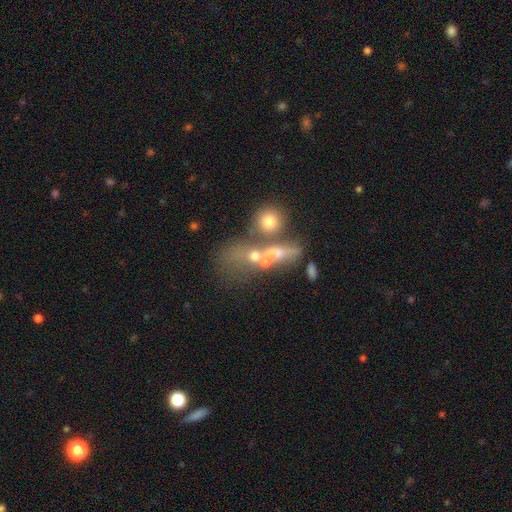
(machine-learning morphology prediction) Overall: smooth (46%; featured or disk 35%). Merging: merger (47%; none 26%).